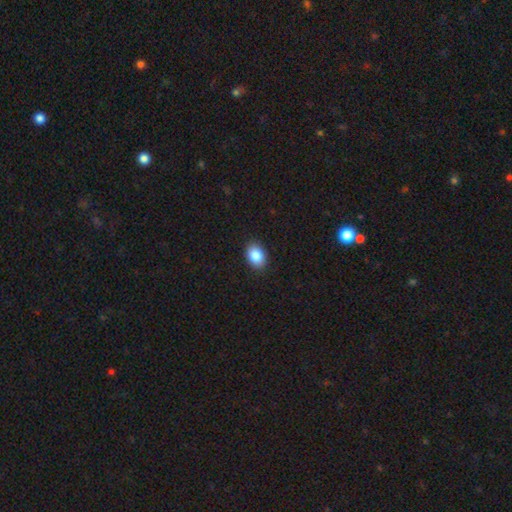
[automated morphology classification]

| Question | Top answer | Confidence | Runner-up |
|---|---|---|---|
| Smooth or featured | smooth | 87% | star or artifact (8%) |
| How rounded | in between | 83% | round (16%) |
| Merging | none | 90% | minor disturbance (7%) |